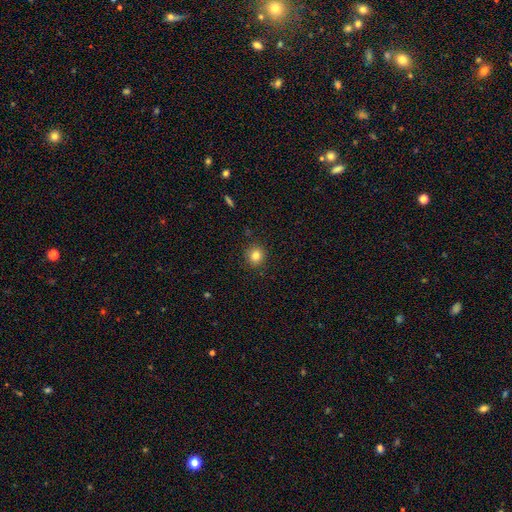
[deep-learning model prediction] smooth-or-featured: smooth: 81% | star or artifact: 12% | featured or disk: 7%
  how-rounded: round: 90% | in between: 9% | cigar-shaped: 1%
  merging: none: 90% | minor disturbance: 7% | major disturbance: 2% | merger: 1%